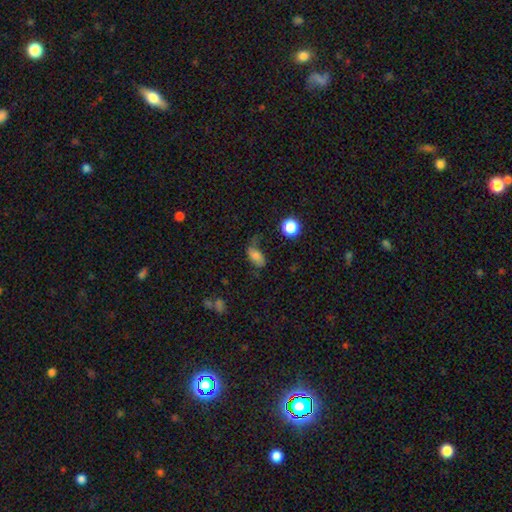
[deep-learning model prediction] Overall: smooth (72%). How rounded: in between (87%). Merging: none (40%; minor disturbance 30%).